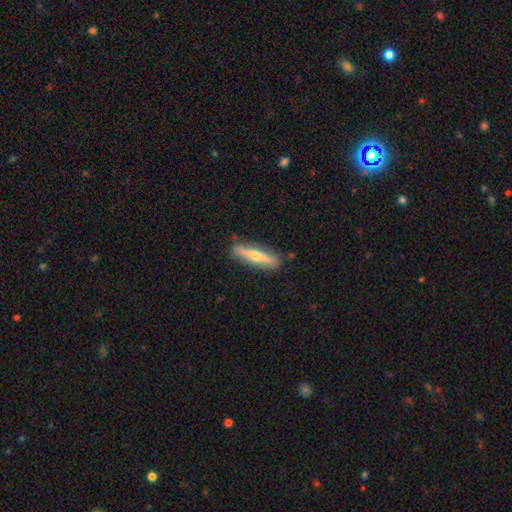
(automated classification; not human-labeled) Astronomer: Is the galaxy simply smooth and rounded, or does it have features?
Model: featured or disk — 60%.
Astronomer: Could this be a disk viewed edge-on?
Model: yes — 87%.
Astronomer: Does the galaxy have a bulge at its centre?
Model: rounded — 92%.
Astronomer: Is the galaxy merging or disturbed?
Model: none — 86%.